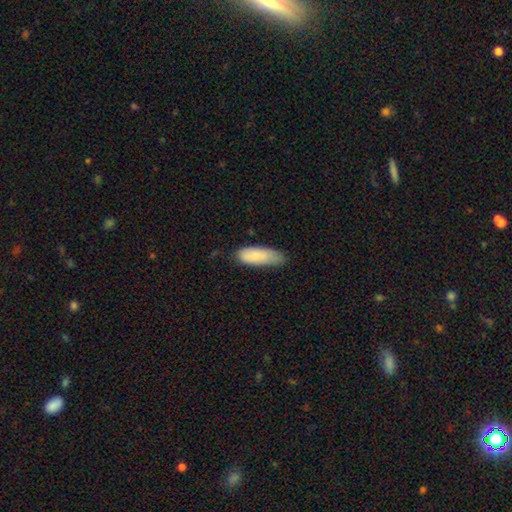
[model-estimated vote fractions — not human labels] smooth_or_featured: smooth (p=0.84) [alt: featured or disk p=0.09]
how_rounded: in between (p=0.64) [alt: cigar-shaped p=0.34]
merging: none (p=0.60) [alt: minor disturbance p=0.32]